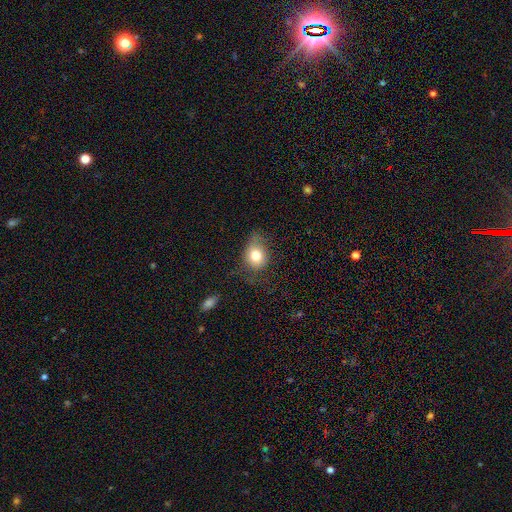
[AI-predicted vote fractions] smooth 77%, featured or disk 13%, star or artifact 10%. Down the decision tree: how rounded — in between (51%); merging — none (47%).